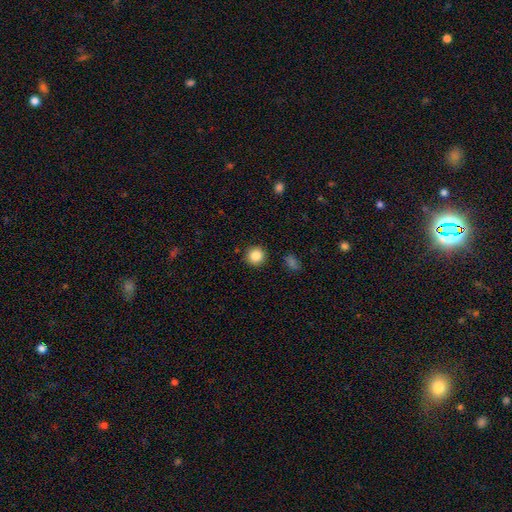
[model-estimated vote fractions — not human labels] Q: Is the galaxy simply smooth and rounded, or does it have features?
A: smooth — 87%.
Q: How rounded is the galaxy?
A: round — 93%.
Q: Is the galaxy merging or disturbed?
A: none — 90%.